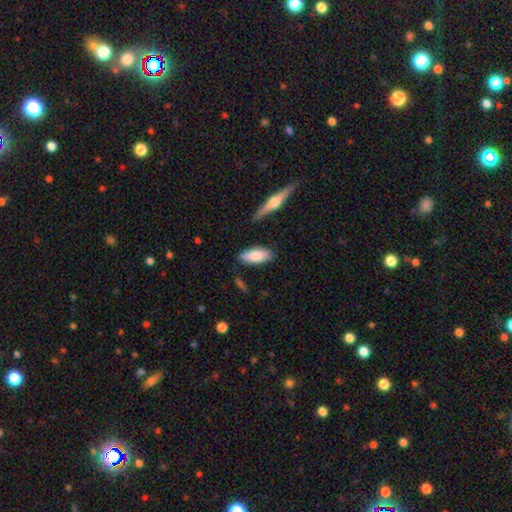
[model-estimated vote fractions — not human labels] A smooth galaxy with no disk features (79%) that is in between round and cigar-shaped (75%).

Vote fractions:
- Smooth or featured? smooth: 79% / featured or disk: 15% / star or artifact: 6%
- How rounded? in between: 75% / cigar-shaped: 23% / round: 2%
- Merging? none: 79% / minor disturbance: 15% / merger: 4% / major disturbance: 3%